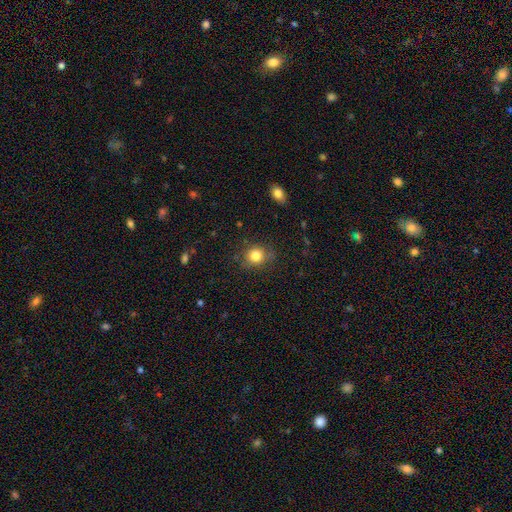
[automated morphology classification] Overall: smooth (82%). How rounded: round (79%). Merging: none (81%).